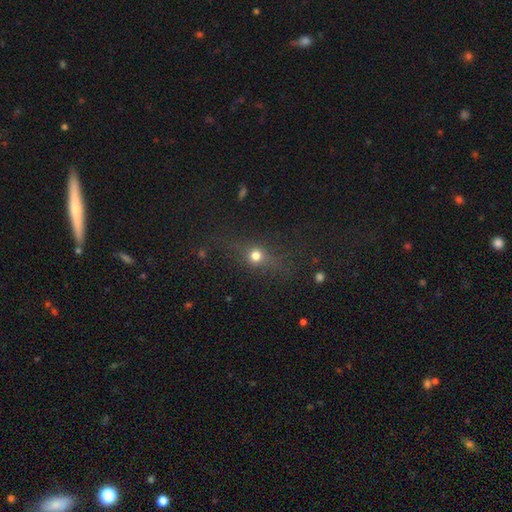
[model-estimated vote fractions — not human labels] This appears to be a smooth galaxy with no disk features (53%) that is round (66%). Merging: none (77%).